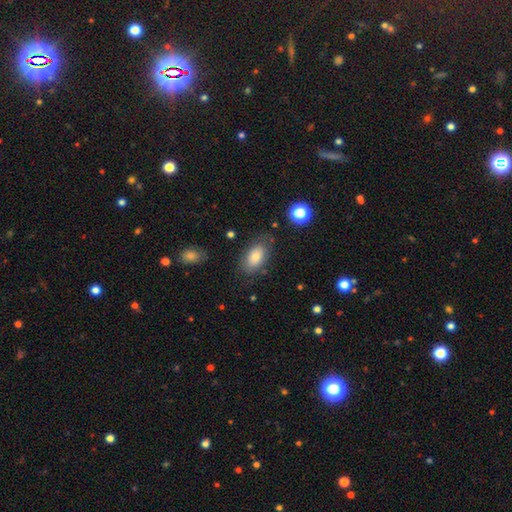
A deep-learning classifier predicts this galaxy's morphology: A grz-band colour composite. It shows a smooth galaxy with no disk features (75%) that is in between round and cigar-shaped (92%). Merging: none (74%).